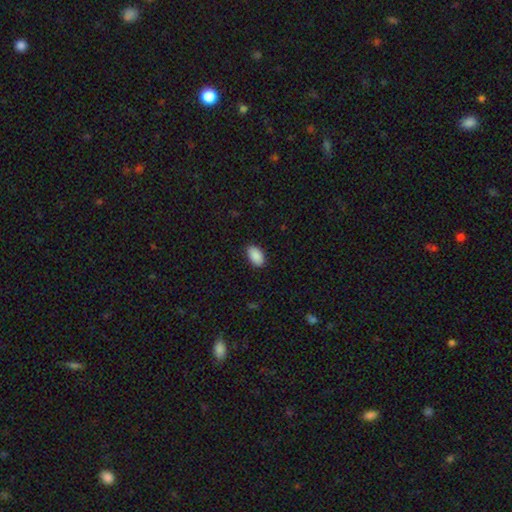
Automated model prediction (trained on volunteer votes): smooth 91%, star or artifact 7%, featured or disk 3%. Down the decision tree: how rounded — in between (94%); merging — none (88%).